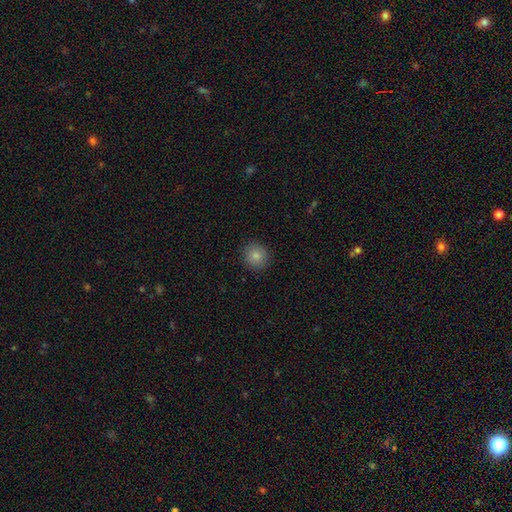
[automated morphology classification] The model was most divided on "smooth or featured": smooth: 83%, star or artifact: 10%, featured or disk: 7%. More confident: merging — none (90%); how rounded — round (89%).